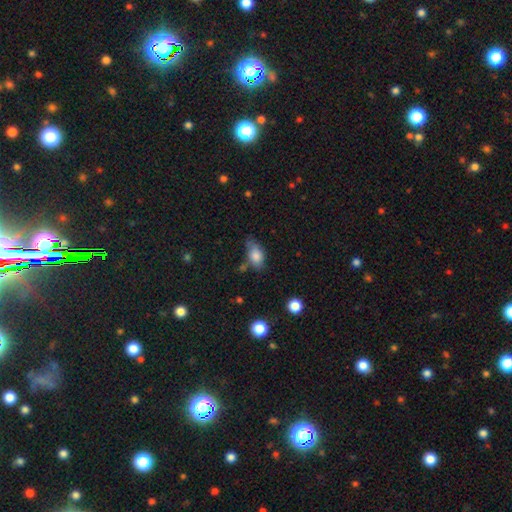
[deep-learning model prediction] Smooth or featured? smooth (81%)
How rounded? in between (87%)
Merging? none (52%)